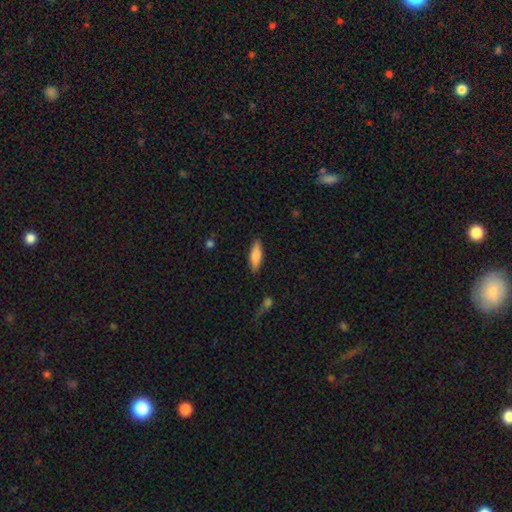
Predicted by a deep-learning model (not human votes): The model was most divided on "how rounded" (2-way tie): cigar-shaped: 49%, in between: 49%, round: 2%. More confident: merging — none (86%); smooth or featured — smooth (76%).